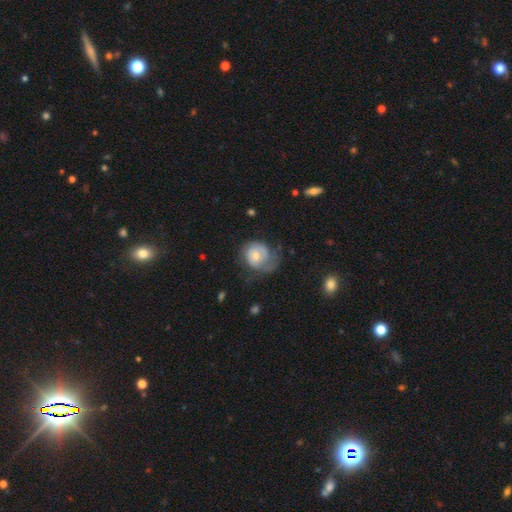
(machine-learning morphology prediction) Smooth or featured? Predicted: featured or disk (p=0.52). Edge-on disk? Predicted: no (p=0.97). Bar? Predicted: no (p=0.75). Spiral arms? Predicted: yes (p=0.73). Bulge size? Predicted: moderate (p=0.53). Merging? Predicted: none (p=0.39).